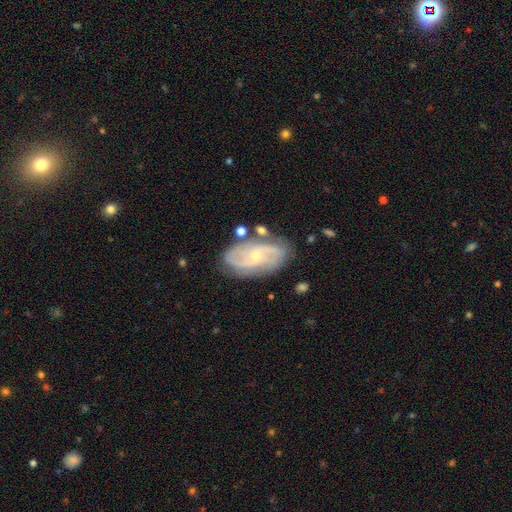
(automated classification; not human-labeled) A featured or disk galaxy (82%) with no bar (55%), 2 (62%) medium (47%) spiral arms (95%) and a small central bulge (69%). Merging: none (74%).